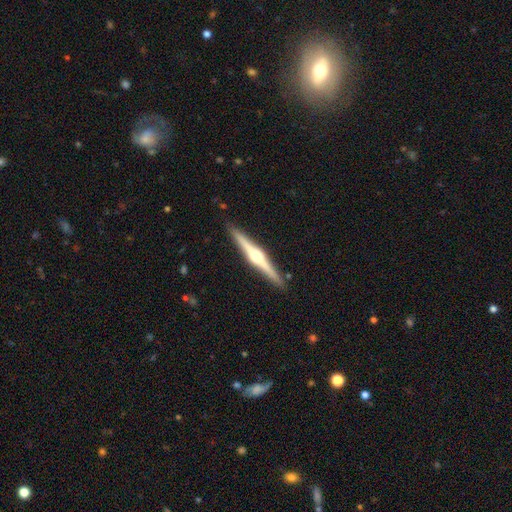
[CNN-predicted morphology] Smooth or featured? featured or disk (82%)
Edge-on disk? yes (99%)
Edge-on bulge? rounded (93%)
Merging? none (91%)